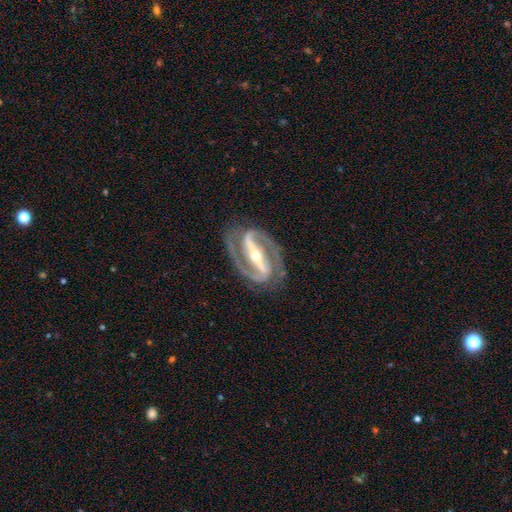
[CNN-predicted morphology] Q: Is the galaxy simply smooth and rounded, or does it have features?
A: featured or disk — 94%.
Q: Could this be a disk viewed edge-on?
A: no — 95%.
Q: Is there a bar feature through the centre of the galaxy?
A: strong — 85%.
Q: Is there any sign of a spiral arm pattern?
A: yes — 98%.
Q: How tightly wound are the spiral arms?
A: medium — 48%.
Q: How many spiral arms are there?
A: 2 — 94%.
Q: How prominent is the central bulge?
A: moderate — 48%, tied with small.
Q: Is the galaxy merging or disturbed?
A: none — 85%.